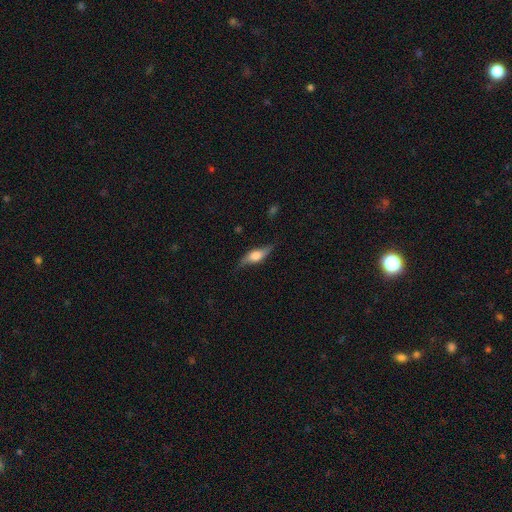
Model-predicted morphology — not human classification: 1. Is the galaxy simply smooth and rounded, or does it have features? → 52% featured or disk, 42% smooth, 7% star or artifact.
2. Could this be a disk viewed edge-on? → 79% yes, 21% no.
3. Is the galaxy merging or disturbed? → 74% none, 20% minor disturbance, 5% major disturbance, 1% merger.